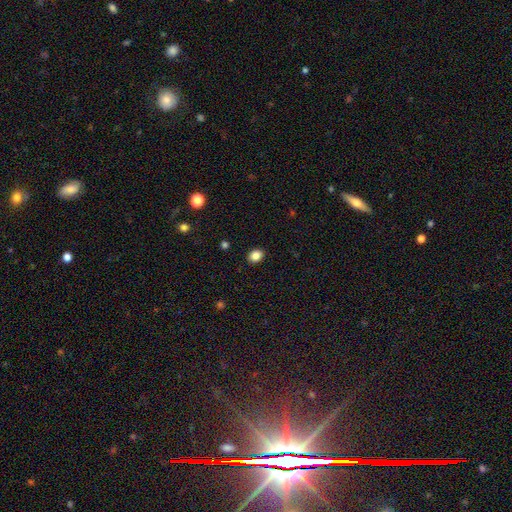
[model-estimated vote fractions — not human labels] Smooth or featured: smooth — 85% (star or artifact — 10%)
How rounded: in between — 59% (round — 40%)
Merging: none — 90% (minor disturbance — 7%)